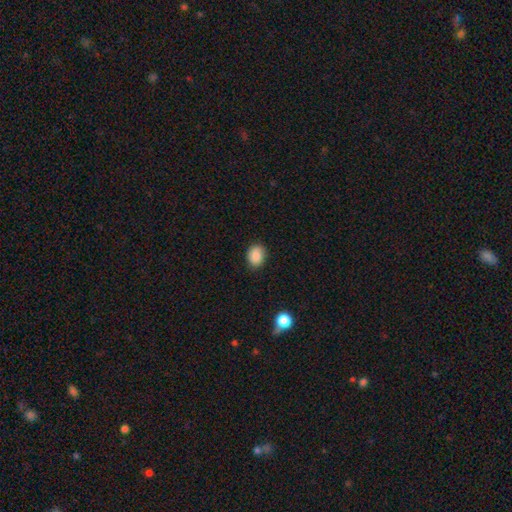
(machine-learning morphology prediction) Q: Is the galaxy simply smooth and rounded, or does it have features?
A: smooth — 88%.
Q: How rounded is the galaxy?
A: in between — 64%.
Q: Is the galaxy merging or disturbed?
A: none — 85%.